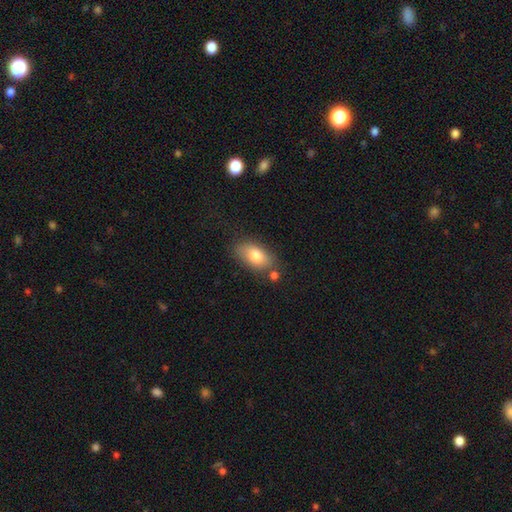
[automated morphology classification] Smooth or featured? smooth (78%)
How rounded? in between (90%)
Merging? none (72%)